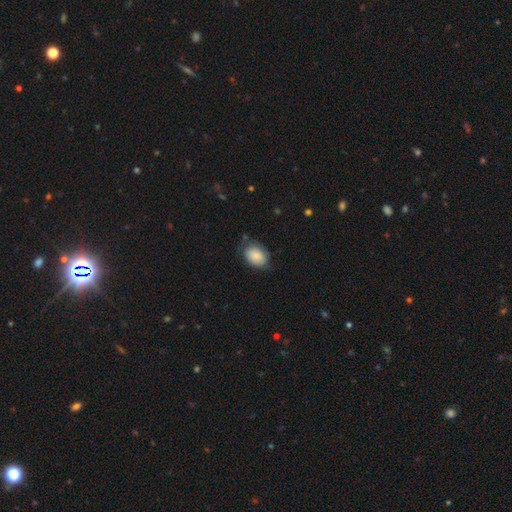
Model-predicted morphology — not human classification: This is clearly a smooth galaxy (84%). How rounded: likely in between (77%). Merging: likely none (66%).